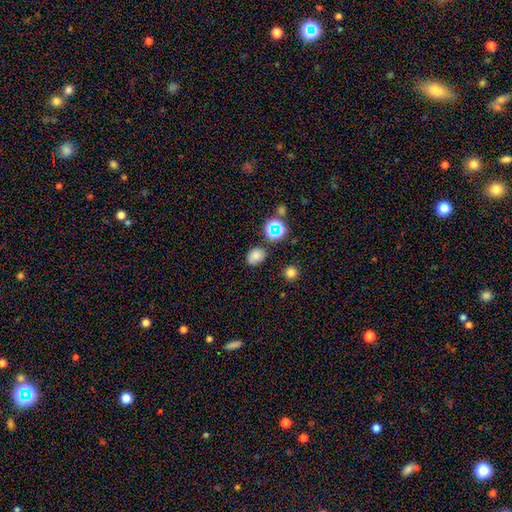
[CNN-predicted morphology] Overall: smooth (73%). How rounded: in between (64%; round 35%). Merging: none (76%).